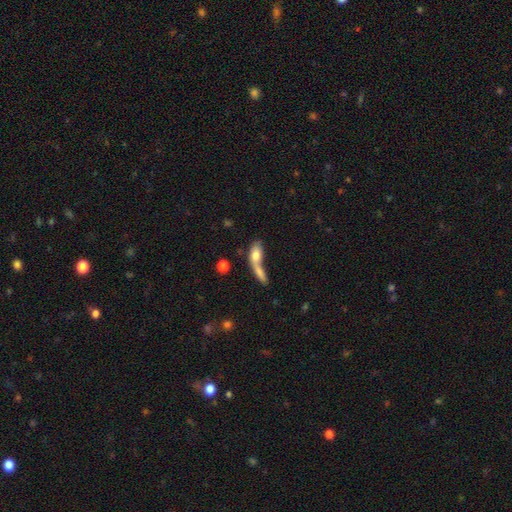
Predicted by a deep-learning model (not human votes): Overall: smooth (72%). How rounded: in between (68%). Merging: merger (59%; none 24%).